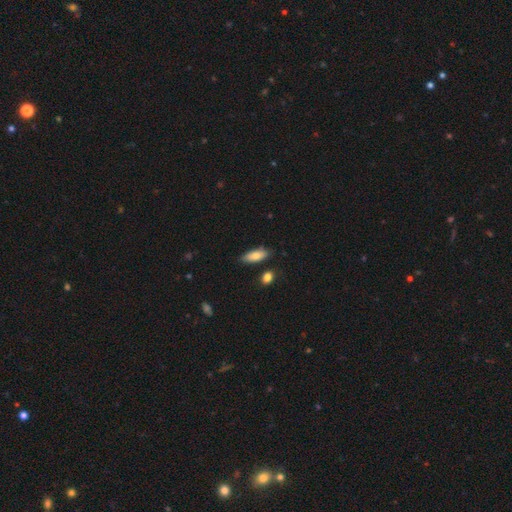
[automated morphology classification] Smooth or featured: smooth — 80% (featured or disk — 14%)
How rounded: in between — 71% (cigar-shaped — 27%)
Merging: none — 80% (minor disturbance — 14%)